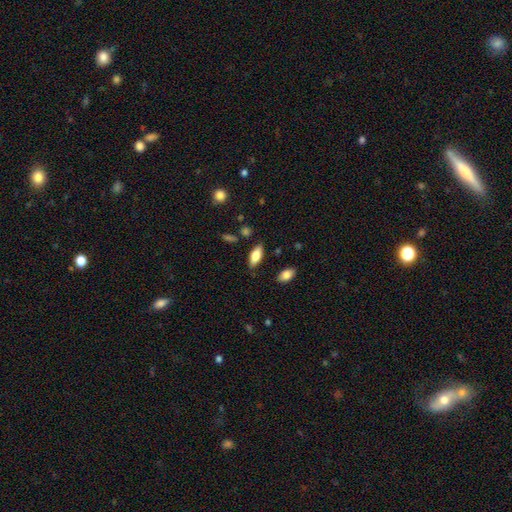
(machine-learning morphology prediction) A smooth galaxy with no disk features (72%) that is in between round and cigar-shaped (79%). Merging: none (83%).